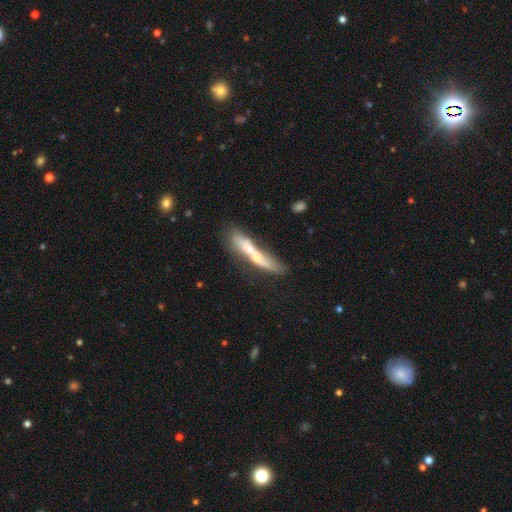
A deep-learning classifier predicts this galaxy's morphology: A featured or disk galaxy (46%, tied with smooth).

Vote fractions:
- Smooth or featured? featured or disk: 46% (tied) / smooth: 46% (tied) / star or artifact: 8%
- Merging? merger: 38% / none: 35% / minor disturbance: 16% / major disturbance: 11%